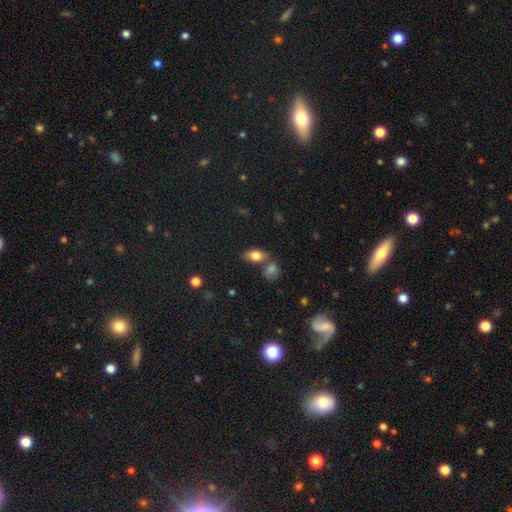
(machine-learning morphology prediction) This is likely a smooth galaxy (80%). How rounded: clearly in between (87%). Merging: likely none (61%).